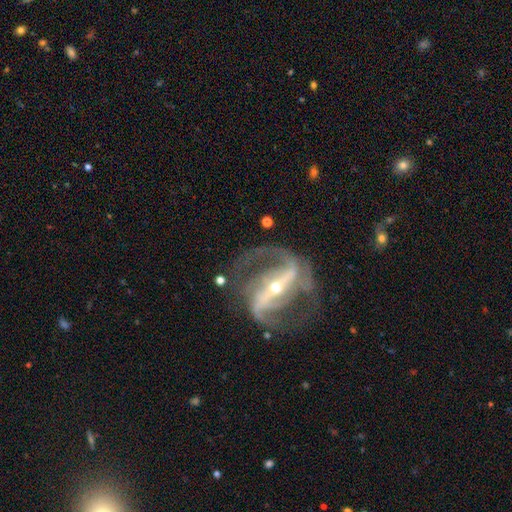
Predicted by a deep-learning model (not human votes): Overall: featured or disk (91%). Edge-on disk: no (94%). Bar: strong (76%). Spiral arms: yes (96%). Spiral arm count: 2 (88%). Spiral winding: medium (49%; loose 31%). Bulge size: small (63%; moderate 33%). Merging: none (68%).